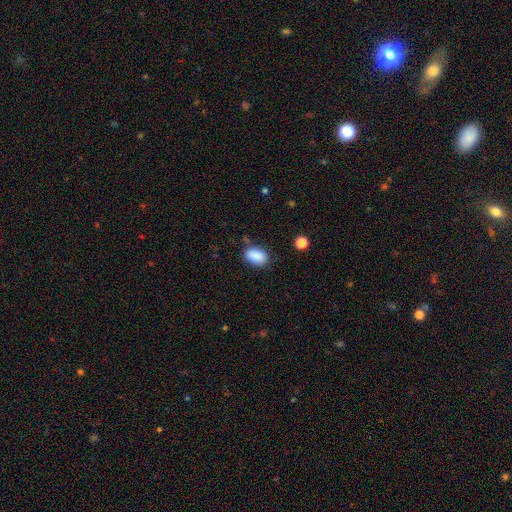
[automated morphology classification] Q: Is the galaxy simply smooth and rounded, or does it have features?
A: smooth — 88%.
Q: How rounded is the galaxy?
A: in between — 90%.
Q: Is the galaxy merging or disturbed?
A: none — 77%.